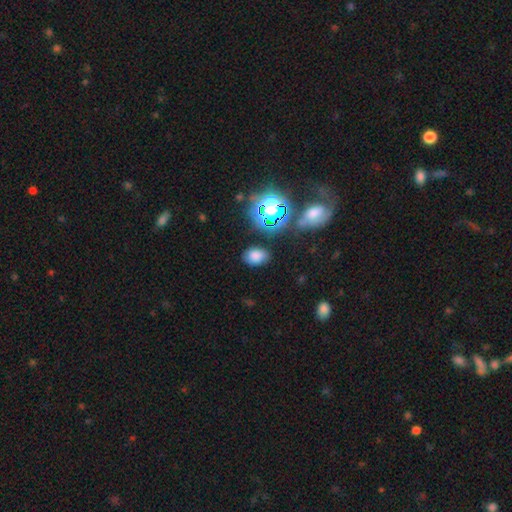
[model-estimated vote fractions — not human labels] Smooth or featured?
  - smooth: 71% *
  - star or artifact: 21%
  - featured or disk: 8%
How rounded?
  - in between: 81% *
  - round: 17%
  - cigar-shaped: 1%
Merging?
  - none: 80% *
  - minor disturbance: 13%
  - major disturbance: 4%
  - merger: 3%